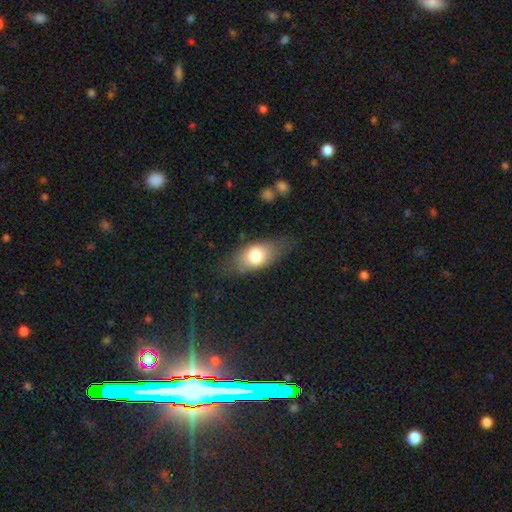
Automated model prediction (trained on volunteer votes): Morphology: type=smooth (72%); roundness=in between (80%); merging=none (65%).